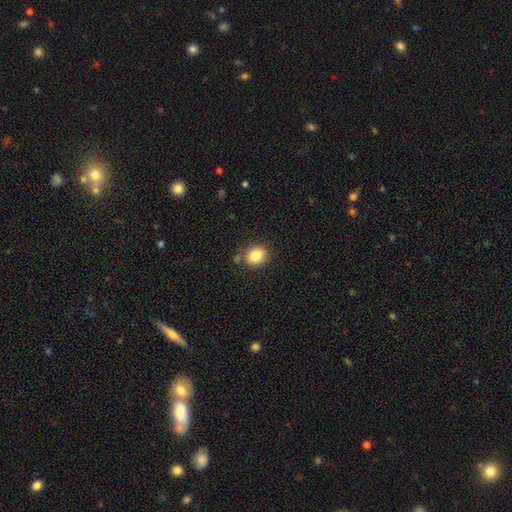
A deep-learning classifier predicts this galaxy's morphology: smooth-or-featured: smooth: 83% | star or artifact: 10% | featured or disk: 7%
  how-rounded: round: 66% | in between: 33% | cigar-shaped: 1%
  merging: none: 79% | minor disturbance: 13% | merger: 5% | major disturbance: 3%